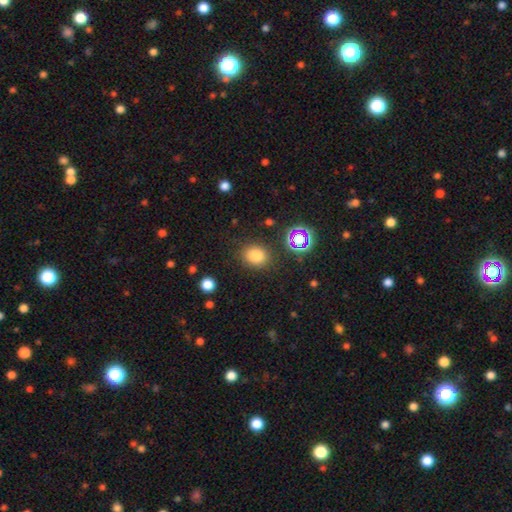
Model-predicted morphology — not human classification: Smooth or featured? smooth (78%)
How rounded? round (62%)
Merging? none (84%)